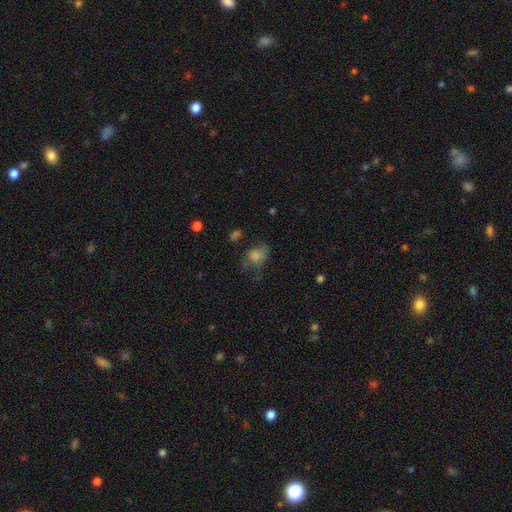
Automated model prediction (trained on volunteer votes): Smooth or featured: smooth — 66% (featured or disk — 18%)
How rounded: round — 49% (tied with in between — 49%)
Merging: none — 50% (minor disturbance — 27%)